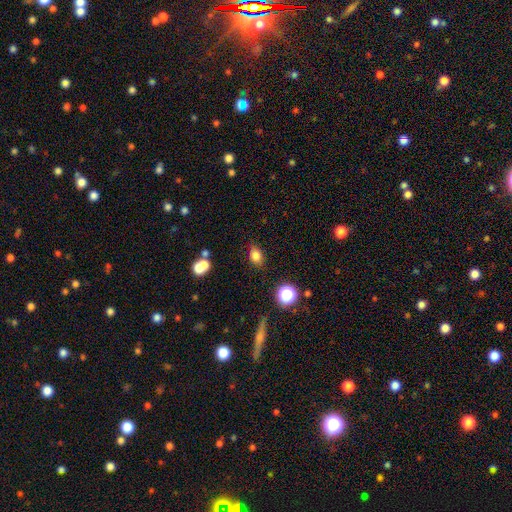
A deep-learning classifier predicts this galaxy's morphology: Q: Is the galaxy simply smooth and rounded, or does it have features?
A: smooth — 80%.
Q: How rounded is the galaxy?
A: in between — 69%.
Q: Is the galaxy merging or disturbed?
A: none — 79%.